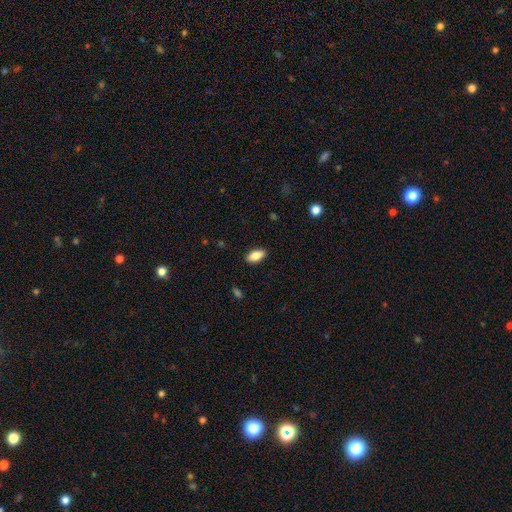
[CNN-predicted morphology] A smooth galaxy with no disk features (86%) that is in between round and cigar-shaped (89%).

Vote fractions:
- Smooth or featured? smooth: 86% / featured or disk: 7% / star or artifact: 7%
- How rounded? in between: 89% / cigar-shaped: 9% / round: 2%
- Merging? none: 88% / minor disturbance: 9% / major disturbance: 2% / merger: 1%